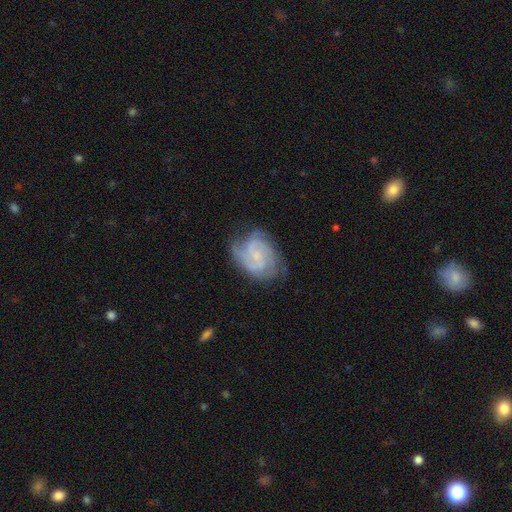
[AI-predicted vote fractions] Smooth or featured: featured or disk — 83% (smooth — 11%)
Edge-on disk: no — 98% (yes — 2%)
Bar: no — 58% (weak — 36%)
Spiral arms: yes — 96% (no — 4%)
Spiral winding: tight — 52% (medium — 39%)
Spiral arm count: 3 — 30% (2 — 29%)
Bulge size: small — 68% (moderate — 17%)
Merging: none — 67% (minor disturbance — 22%)